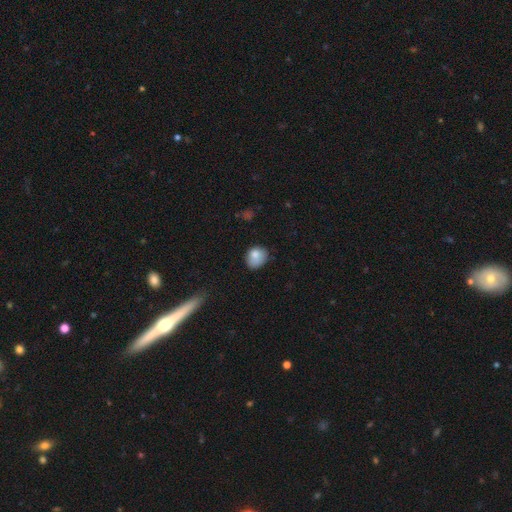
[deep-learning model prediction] The model was most divided on "how rounded": round: 53%, in between: 46%, cigar-shaped: 1%. More confident: smooth or featured — smooth (79%); merging — none (55%).